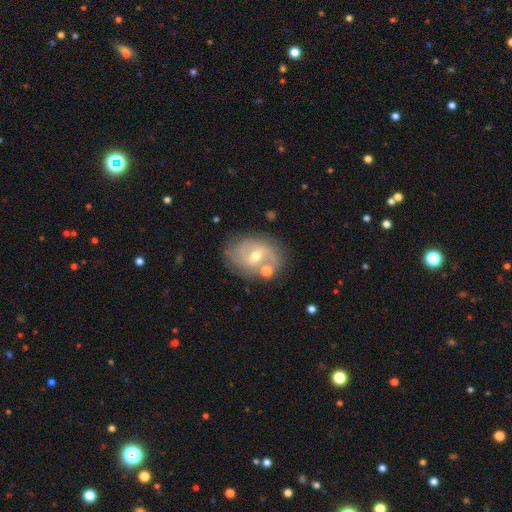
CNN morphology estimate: Q: Smooth or featured?
A: featured or disk (74%); runner-up: smooth (17%)
Q: Edge-on disk?
A: no (96%); runner-up: yes (4%)
Q: Bar?
A: weak (51%); runner-up: no (31%)
Q: Spiral arms?
A: yes (82%); runner-up: no (18%)
Q: Spiral winding?
A: medium (42%); runner-up: tight (35%)
Q: Spiral arm count?
A: 2 (62%); runner-up: can't tell (22%)
Q: Bulge size?
A: moderate (55%); runner-up: small (42%)
Q: Merging?
A: none (69%); runner-up: minor disturbance (17%)